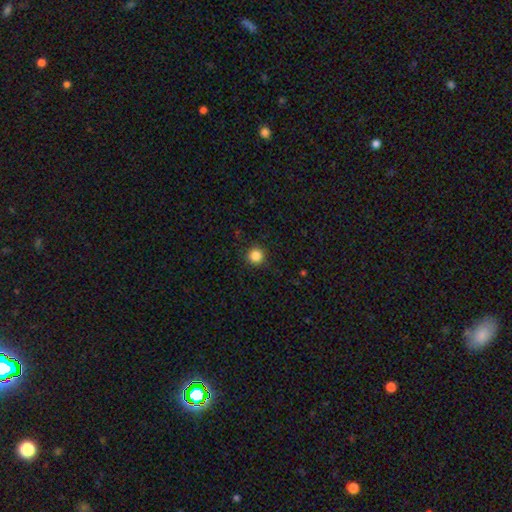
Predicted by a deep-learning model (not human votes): Smooth or featured? smooth (85%)
How rounded? round (95%)
Merging? none (91%)